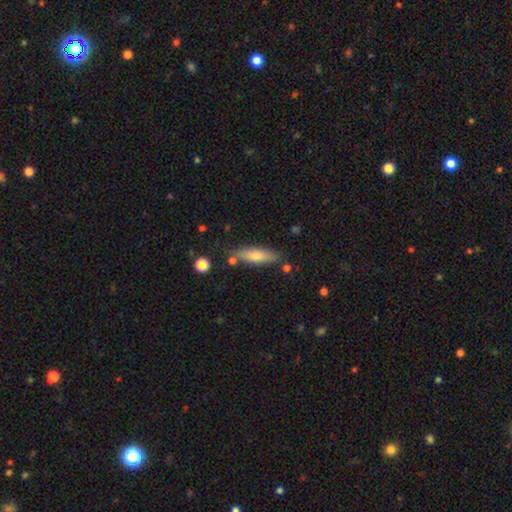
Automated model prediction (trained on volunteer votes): smooth_or_featured: smooth (p=0.62) [alt: featured or disk p=0.29]
how_rounded: cigar-shaped (p=0.65) [alt: in between p=0.32]
merging: none (p=0.81) [alt: minor disturbance p=0.12]